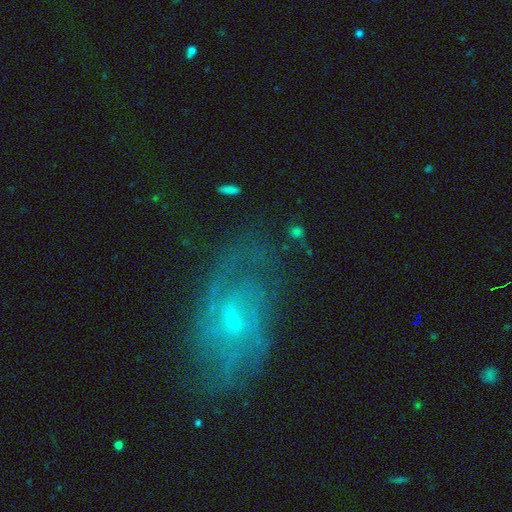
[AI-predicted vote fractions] The model was most divided on "spiral arm count": can't tell: 40%, 2: 37%, 3: 9%, 1: 6%, 4: 5%, more than 4: 4%. Remaining: edge-on disk — no (94%); spiral arms — yes (84%); smooth or featured — featured or disk (73%); merging — none (69%); bulge size — small (59%); bar — weak (50%); spiral winding — medium (42%).